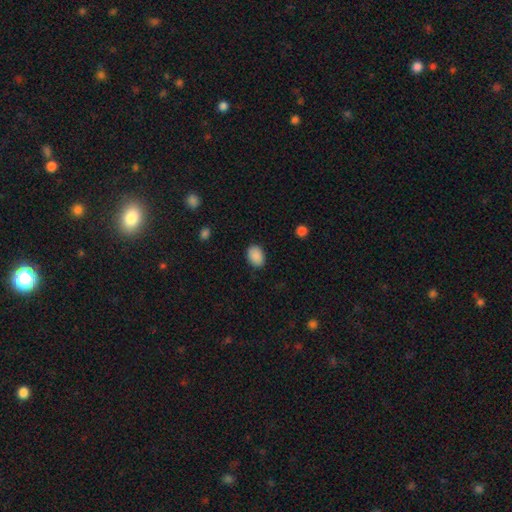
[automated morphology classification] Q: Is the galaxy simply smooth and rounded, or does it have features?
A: smooth — 90%.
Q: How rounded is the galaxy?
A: in between — 80%.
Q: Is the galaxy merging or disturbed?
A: none — 87%.